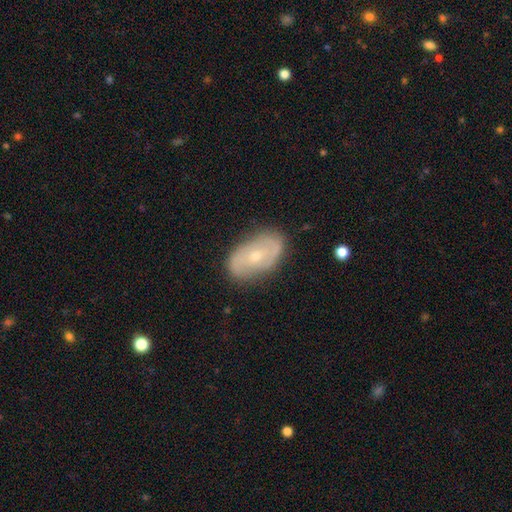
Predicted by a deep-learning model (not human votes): The model was most divided on "bulge size": small: 59%, moderate: 38%, large: 1%, none: 1%, dominant: 1%. More confident: edge-on disk — no (94%); merging — none (80%); spiral arms — yes (70%); smooth or featured — featured or disk (64%); bar — no (62%).